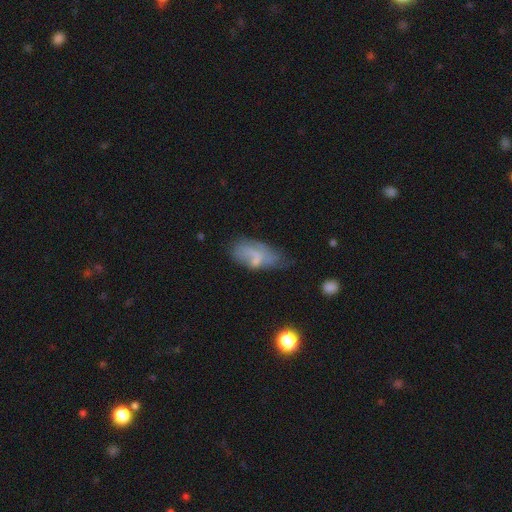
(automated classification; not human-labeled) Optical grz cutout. It shows a smooth galaxy with no disk features (53%) that is in between round and cigar-shaped (89%). Merging: none (40%).